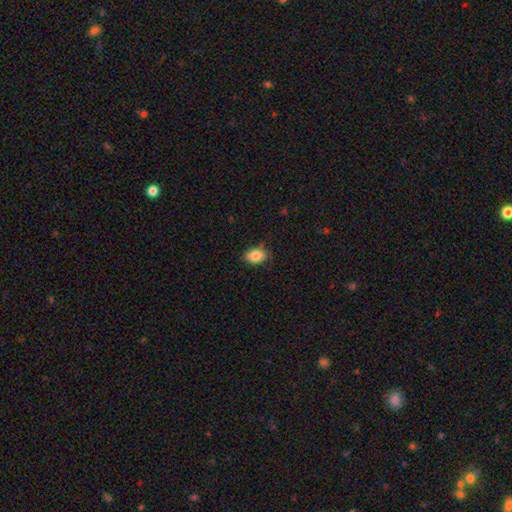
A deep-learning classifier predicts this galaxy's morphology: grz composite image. It shows a smooth galaxy with no disk features (85%) that is in between round and cigar-shaped (82%). Merging: none (81%).